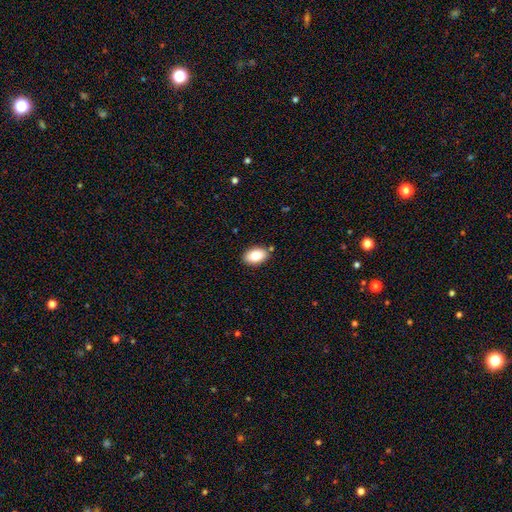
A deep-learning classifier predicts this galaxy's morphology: This is clearly a smooth galaxy (80%). How rounded: clearly in between (89%). Merging: clearly none (86%).